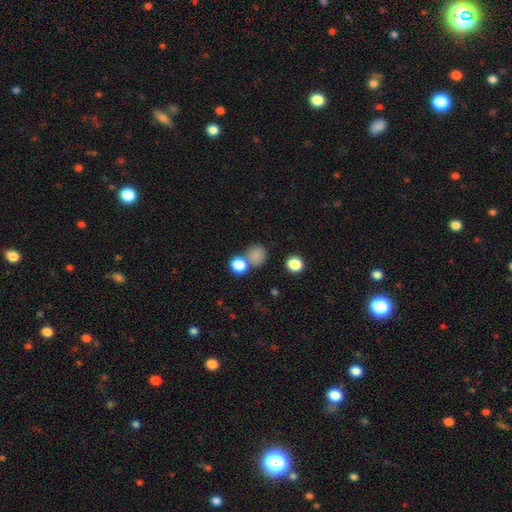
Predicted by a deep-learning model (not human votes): Overall: smooth (81%). How rounded: round (81%). Merging: none (59%; merger 27%).